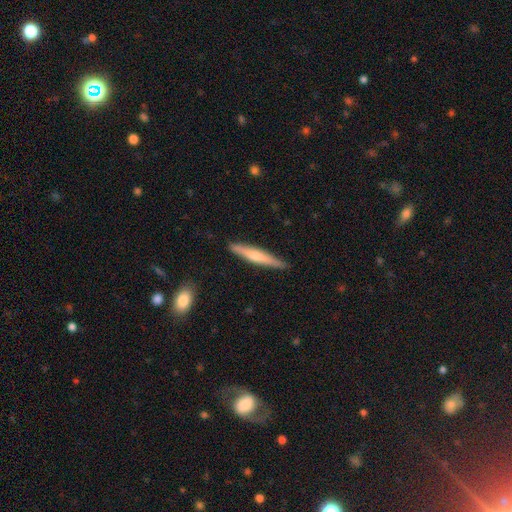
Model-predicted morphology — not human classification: A smooth galaxy with no disk features (52%) that is cigar-shaped (94%). Merging: none (88%).